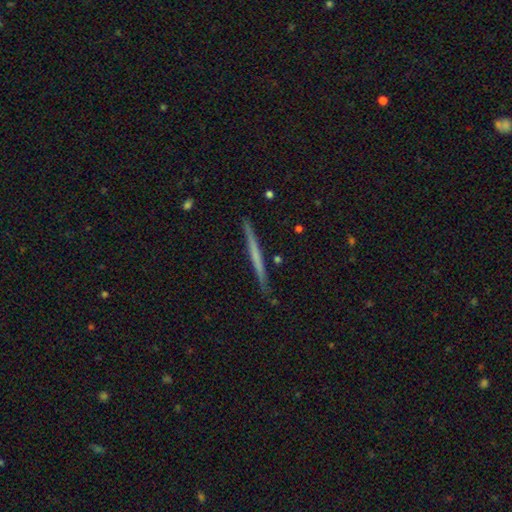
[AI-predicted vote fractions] Smooth or featured? featured or disk (51%)
Edge-on disk? yes (98%)
Edge-on bulge? none (90%)
Merging? none (90%)